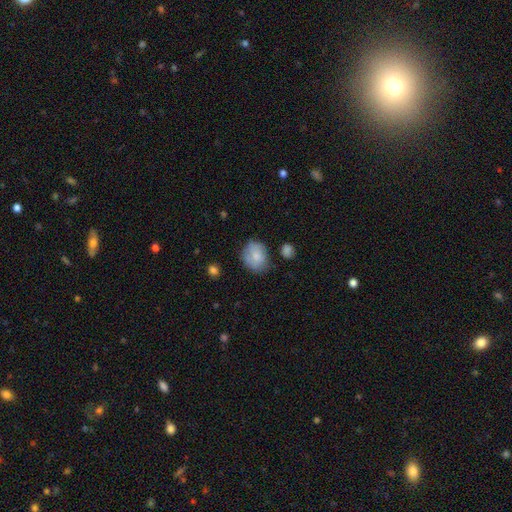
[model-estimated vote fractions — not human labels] Q: Smooth or featured?
A: smooth (79%); runner-up: featured or disk (13%)
Q: How rounded?
A: in between (52%); runner-up: round (47%)
Q: Merging?
A: none (62%); runner-up: minor disturbance (26%)